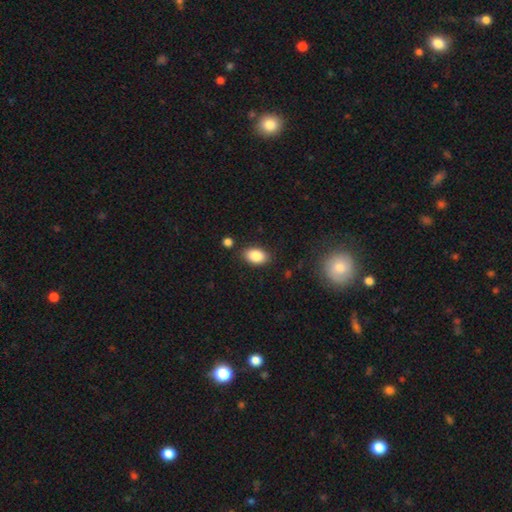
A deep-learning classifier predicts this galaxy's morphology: A smooth galaxy with no disk features (87%) that is in between round and cigar-shaped (89%). Merging: none (84%).